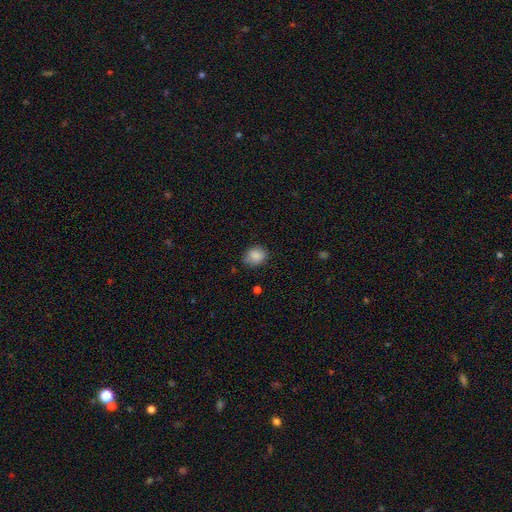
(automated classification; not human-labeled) Overall: smooth (87%). How rounded: round (58%; in between 41%). Merging: none (78%).